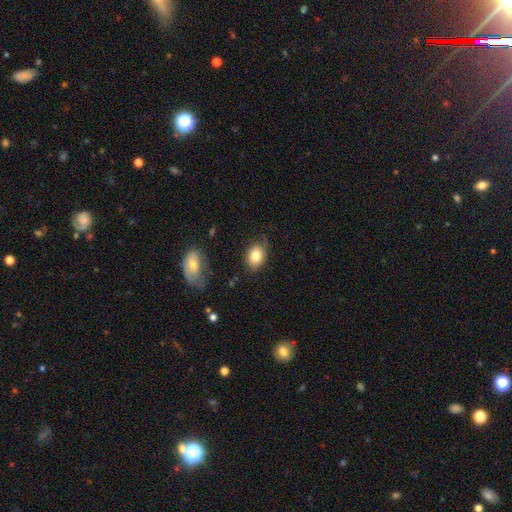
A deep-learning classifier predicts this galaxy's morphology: smooth_or_featured: smooth (p=0.82) [alt: featured or disk p=0.10]
how_rounded: in between (p=0.70) [alt: round p=0.29]
merging: none (p=0.72) [alt: minor disturbance p=0.20]